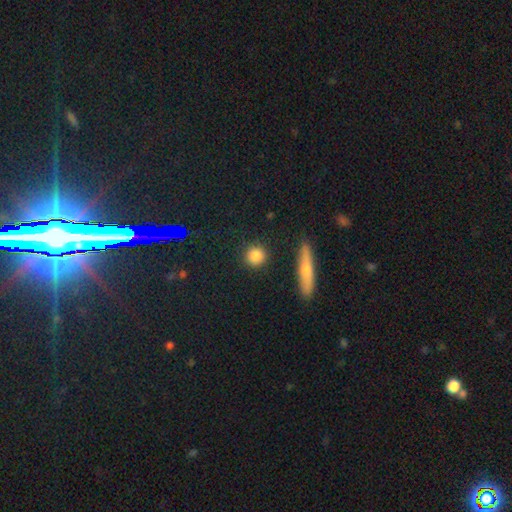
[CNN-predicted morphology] Smooth or featured?
  - smooth: 85% *
  - star or artifact: 9%
  - featured or disk: 7%
How rounded?
  - round: 86% *
  - in between: 10%
  - cigar-shaped: 3%
Merging?
  - none: 88% *
  - minor disturbance: 8%
  - major disturbance: 2%
  - merger: 2%